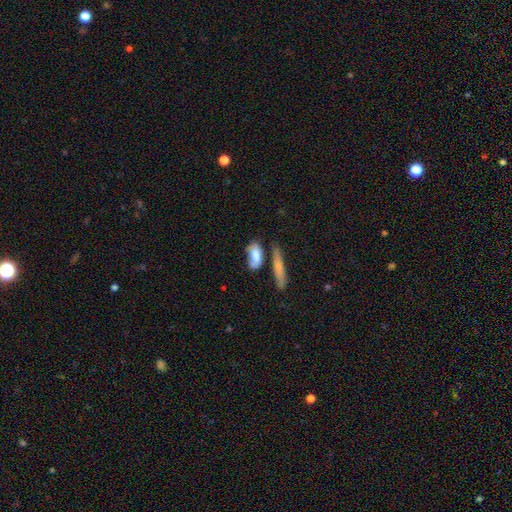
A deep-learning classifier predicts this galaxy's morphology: A smooth galaxy with no disk features (75%) that is in between round and cigar-shaped (68%).

Vote fractions:
- Smooth or featured? smooth: 75% / featured or disk: 18% / star or artifact: 7%
- How rounded? in between: 68% / cigar-shaped: 27% / round: 5%
- Merging? none: 46% / minor disturbance: 24% / merger: 18% / major disturbance: 11%